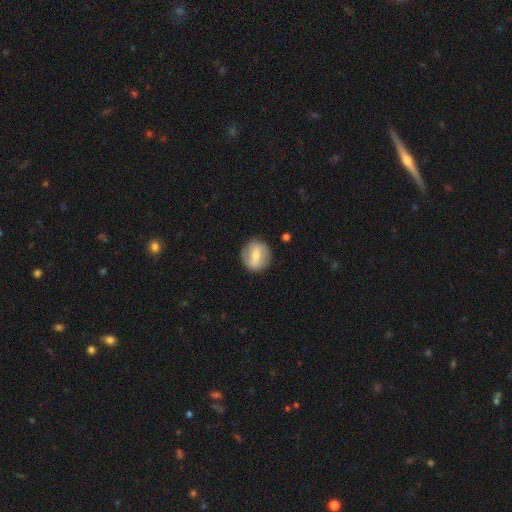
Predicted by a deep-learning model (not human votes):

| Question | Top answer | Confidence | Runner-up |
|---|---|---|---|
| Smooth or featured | smooth | 48% | featured or disk (45%) |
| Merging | none | 85% | minor disturbance (11%) |